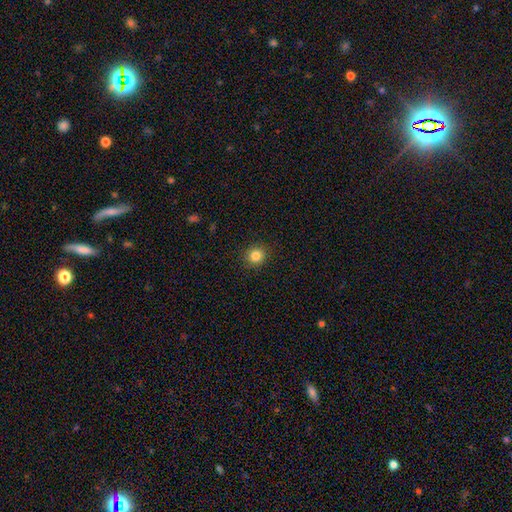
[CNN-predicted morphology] smooth_or_featured: smooth (p=0.84) [alt: star or artifact p=0.11]
how_rounded: round (p=0.88) [alt: in between p=0.11]
merging: none (p=0.90) [alt: minor disturbance p=0.06]